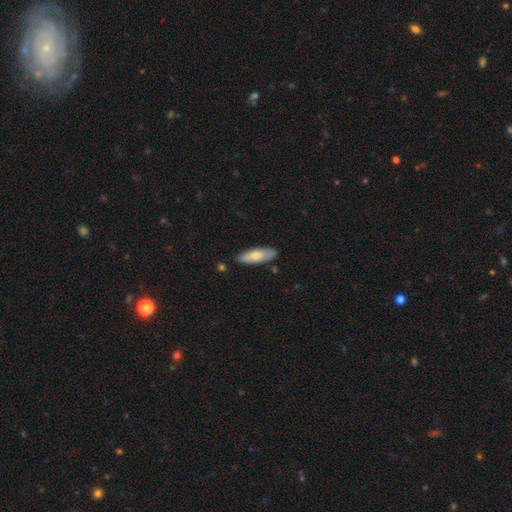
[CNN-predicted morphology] Smooth or featured? smooth (72%)
How rounded? in between (57%)
Merging? none (84%)